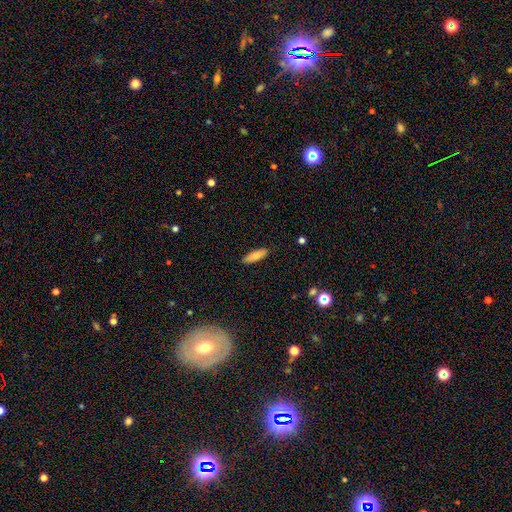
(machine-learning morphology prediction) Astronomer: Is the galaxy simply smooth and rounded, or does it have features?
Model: smooth — 81%.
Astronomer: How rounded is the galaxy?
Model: in between — 54% (runner-up: cigar-shaped, 44%).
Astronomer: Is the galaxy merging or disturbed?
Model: none — 89%.